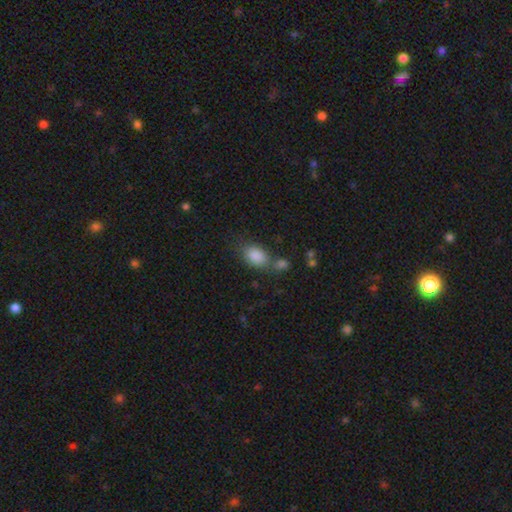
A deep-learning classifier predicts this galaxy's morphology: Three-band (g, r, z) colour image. It shows a smooth galaxy with no disk features (85%) that is in between round and cigar-shaped (81%). Merging: none (57%).